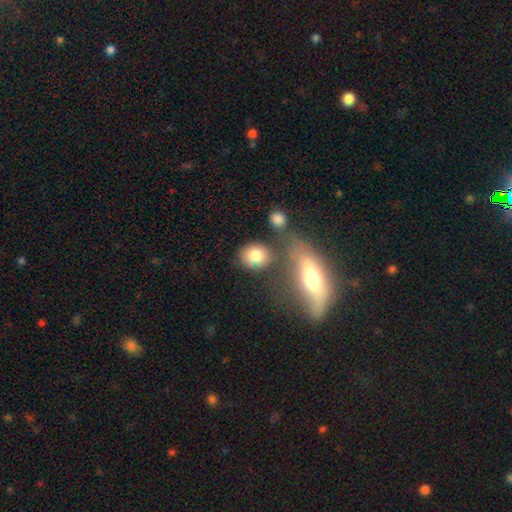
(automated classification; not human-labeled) smooth 79%, featured or disk 12%, star or artifact 9%. Down the decision tree: how rounded — round (61%); merging — none (65%).